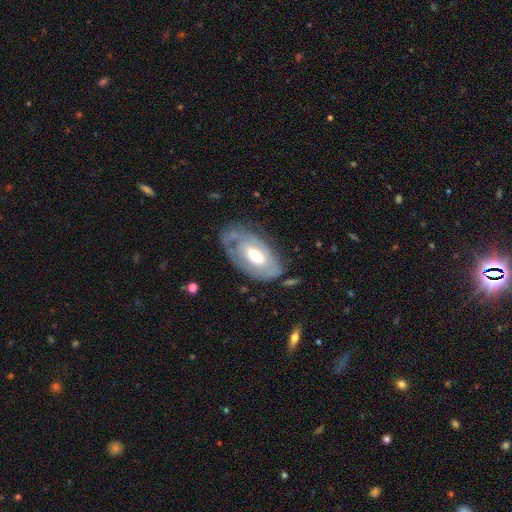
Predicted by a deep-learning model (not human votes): Q: Smooth or featured?
A: featured or disk (64%); runner-up: smooth (31%)
Q: Edge-on disk?
A: no (91%); runner-up: yes (9%)
Q: Bar?
A: no (48%); runner-up: weak (39%)
Q: Spiral arms?
A: yes (61%); runner-up: no (39%)
Q: Bulge size?
A: moderate (65%); runner-up: large (20%)
Q: Merging?
A: none (53%); runner-up: minor disturbance (27%)